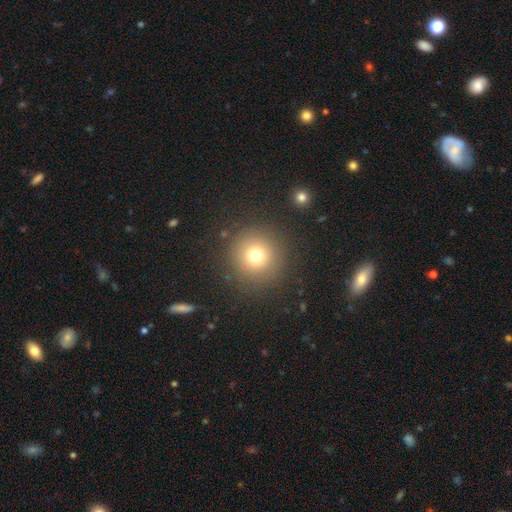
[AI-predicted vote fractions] This is likely a smooth galaxy (73%). How rounded: clearly round (95%). Merging: clearly none (87%).